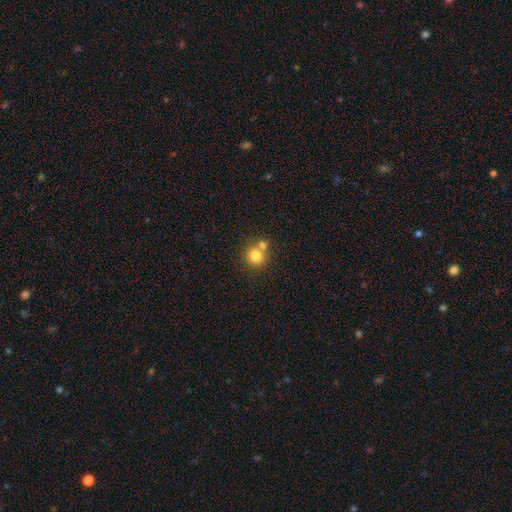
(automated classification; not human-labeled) Smooth or featured? Predicted: smooth (p=0.80). How rounded? Predicted: round (p=0.89). Merging? Predicted: none (p=0.57).